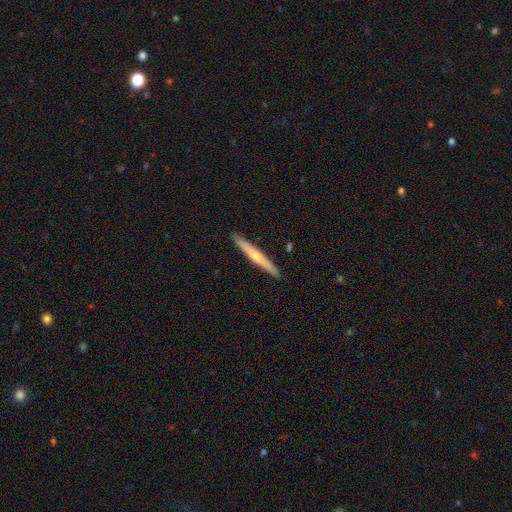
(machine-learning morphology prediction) type=featured or disk (52%); edge-on=yes (96%); merging=none (91%).